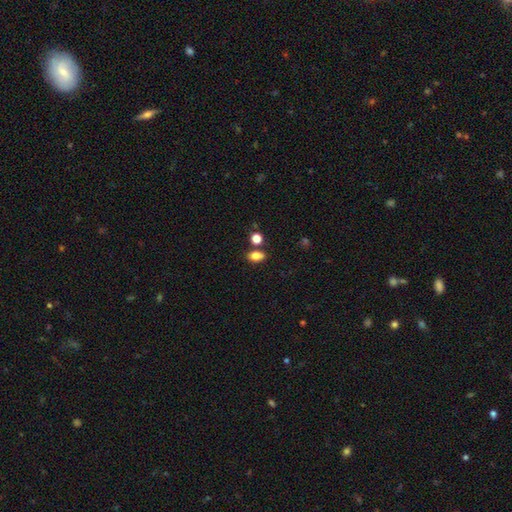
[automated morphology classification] smooth 80%, star or artifact 11%, featured or disk 9%. Down the decision tree: how rounded — in between (81%); merging — none (71%).